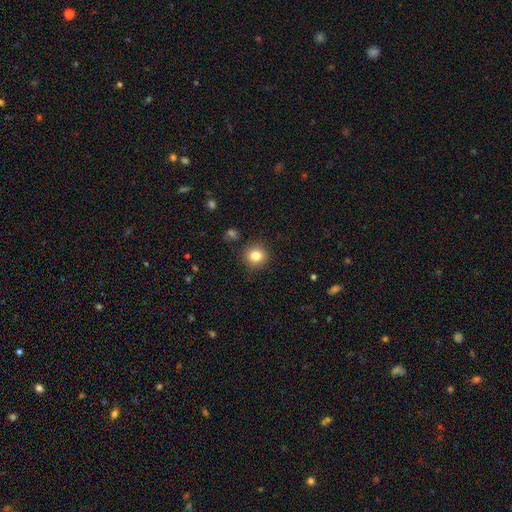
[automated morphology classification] smooth 83%, star or artifact 11%, featured or disk 6%. Down the decision tree: how rounded — round (91%); merging — none (88%).